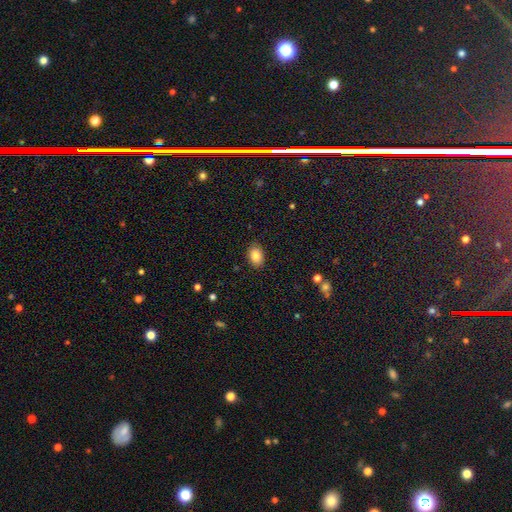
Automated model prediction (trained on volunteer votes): Overall: smooth (85%). How rounded: in between (83%). Merging: none (87%).